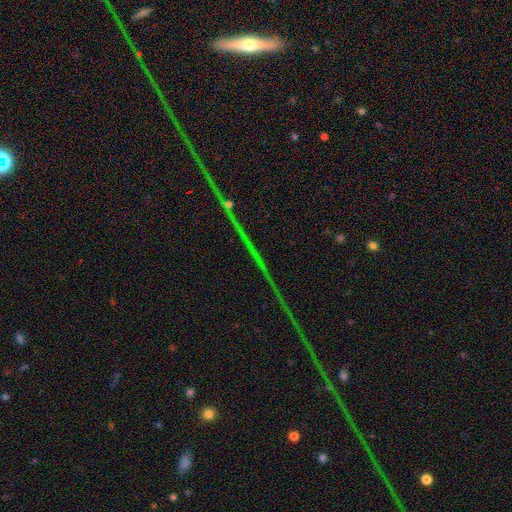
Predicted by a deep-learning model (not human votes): This is likely a star or artifact rather than a galaxy (77%).